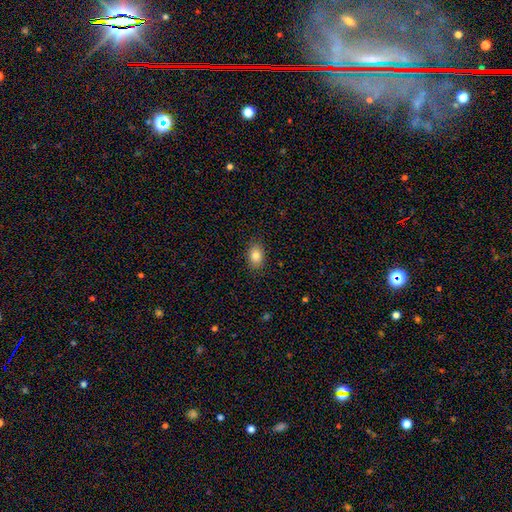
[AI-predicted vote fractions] Smooth or featured: smooth — 83% (star or artifact — 9%)
How rounded: in between — 81% (round — 18%)
Merging: none — 88% (minor disturbance — 9%)